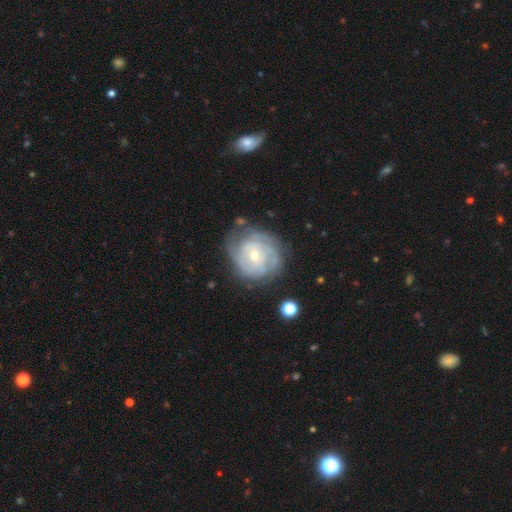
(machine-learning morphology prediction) type=featured or disk (85%); edge-on=no (97%); bar=no (68%); spiral arms=yes (95%); winding=tight (75%); arm count=can't tell (33%); bulge=small (52%); merging=none (71%).